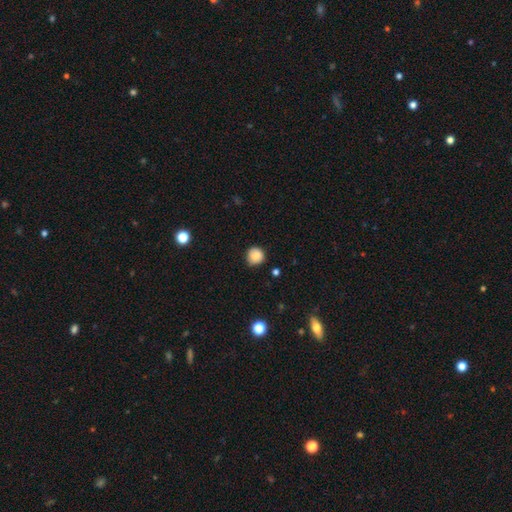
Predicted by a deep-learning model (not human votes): This is clearly a smooth galaxy (84%). How rounded: clearly round (92%). Merging: clearly none (83%).